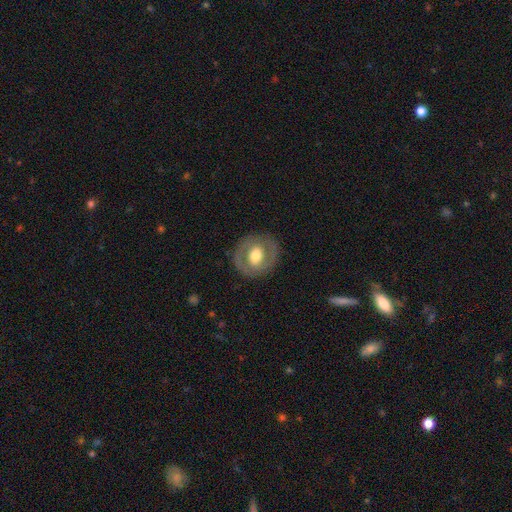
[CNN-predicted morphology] The model was most divided on "smooth or featured": featured or disk: 51%, smooth: 43%, star or artifact: 6%. More confident: edge-on disk — no (95%); merging — none (83%).